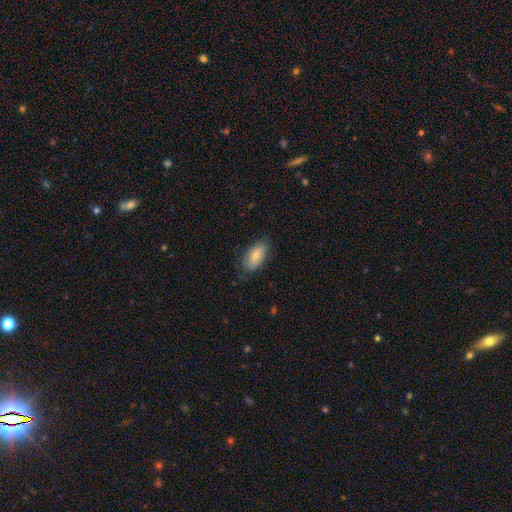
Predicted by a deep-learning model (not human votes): This appears to be a smooth galaxy with no disk features (73%) that is in between round and cigar-shaped (92%). Merging: none (74%).